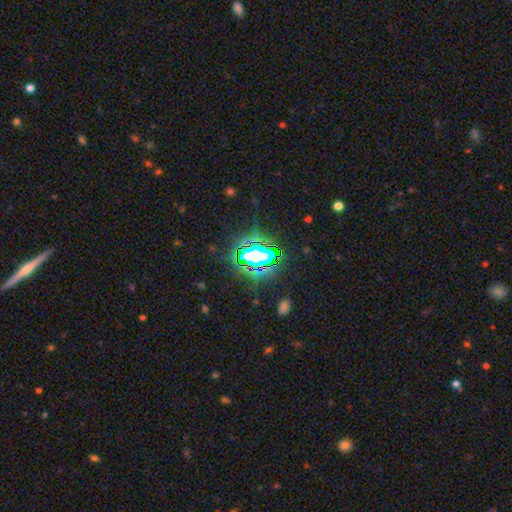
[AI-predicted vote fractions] Overall: star or artifact (74%).